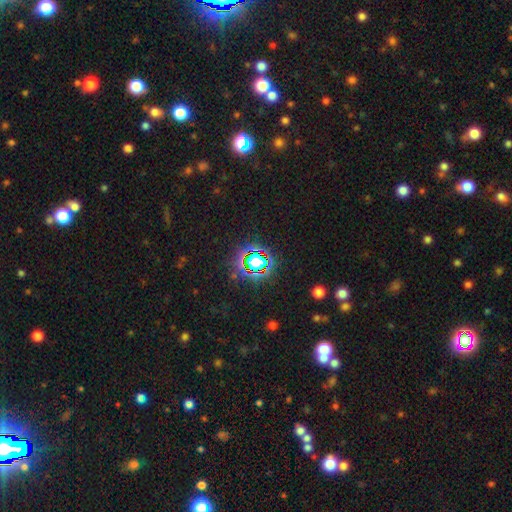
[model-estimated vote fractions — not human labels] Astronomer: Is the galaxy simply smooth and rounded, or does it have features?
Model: star or artifact — 75%.